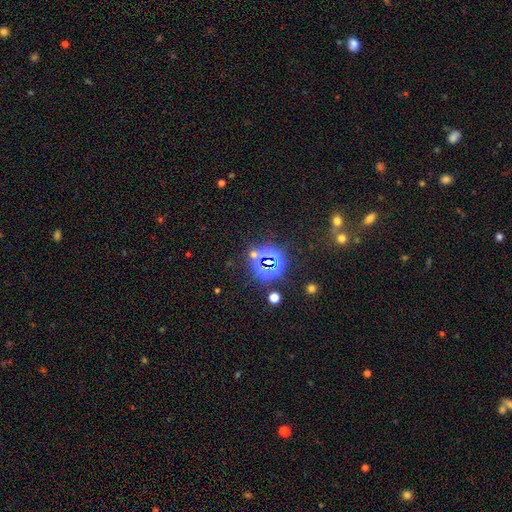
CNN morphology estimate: A star or artifact, not a galaxy (78%).

Vote fractions:
- Smooth or featured? star or artifact: 78% / smooth: 13% / featured or disk: 9%